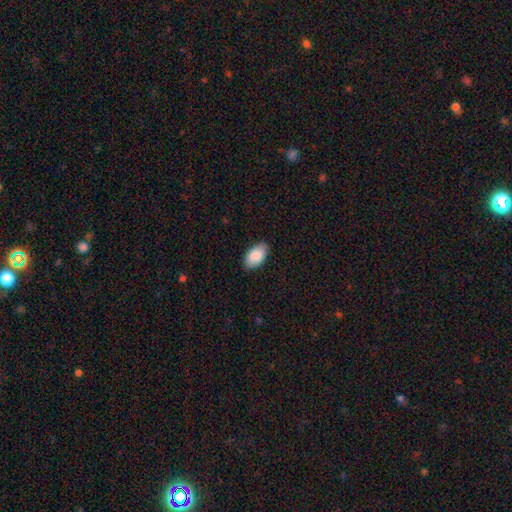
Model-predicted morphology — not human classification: type=smooth (89%); roundness=in between (95%); merging=none (86%).